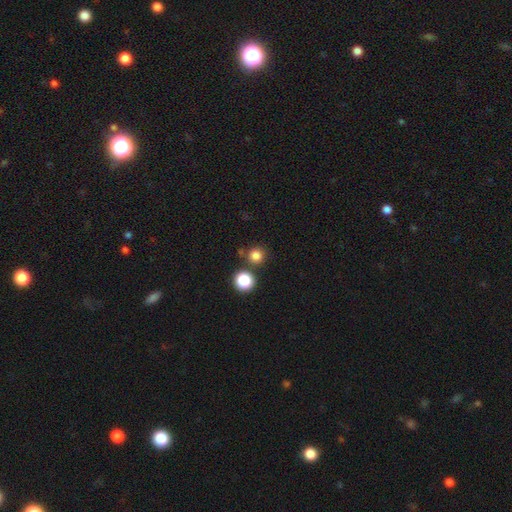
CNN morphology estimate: This is clearly a smooth galaxy (80%). How rounded: clearly round (93%). Merging: likely none (76%).